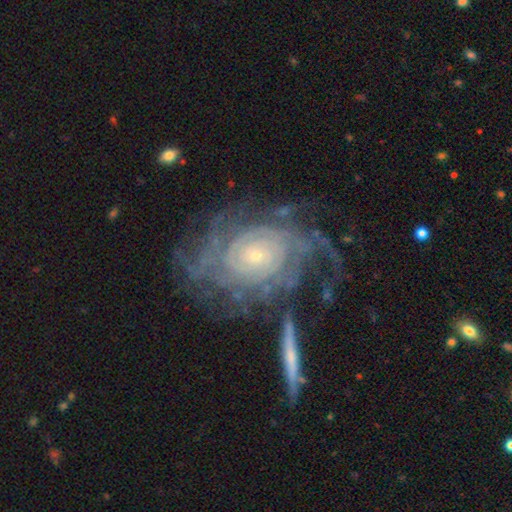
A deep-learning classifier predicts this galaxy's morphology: Overall: featured or disk (88%). Edge-on disk: no (96%). Bar: no (78%). Spiral arms: yes (96%). Spiral arm count: can't tell (33%; 4 19%). Spiral winding: tight (77%). Bulge size: small (78%). Merging: none (60%).